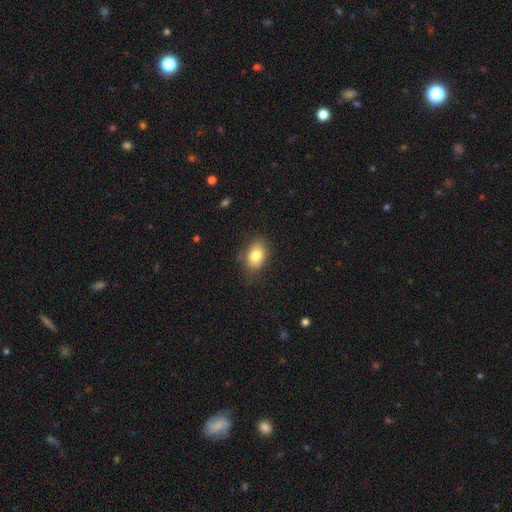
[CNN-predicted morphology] The model was most divided on "how rounded": in between: 78%, round: 20%, cigar-shaped: 1%. More confident: smooth or featured — smooth (80%); merging — none (78%).